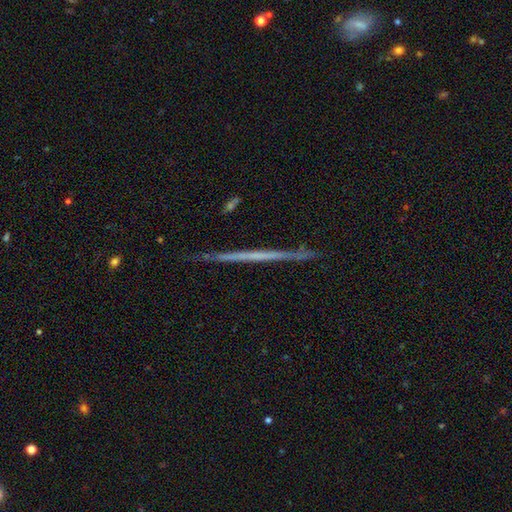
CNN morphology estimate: featured or disk 66%, smooth 27%, star or artifact 7%. Down the decision tree: edge-on disk — yes (98%); edge-on bulge — none (91%); merging — none (90%).